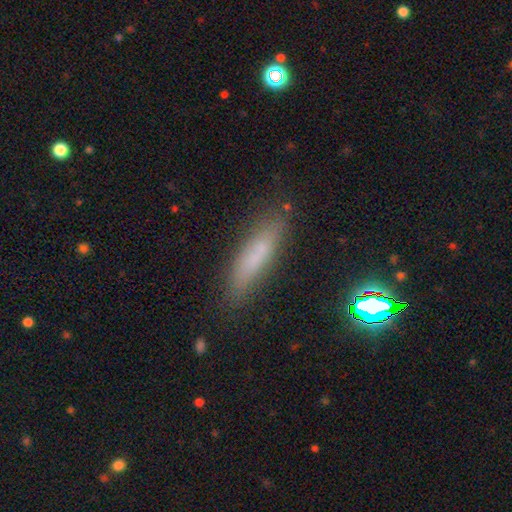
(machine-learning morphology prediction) A smooth galaxy with no disk features (69%) that is cigar-shaped (77%). Merging: none (81%).